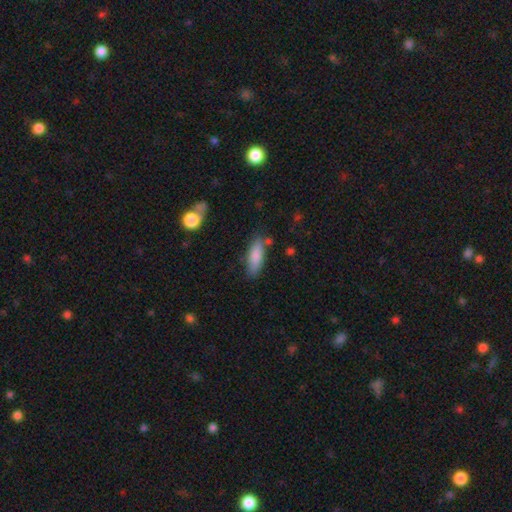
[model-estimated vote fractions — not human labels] Morphology: type=smooth (83%); roundness=in between (58%); merging=none (73%).